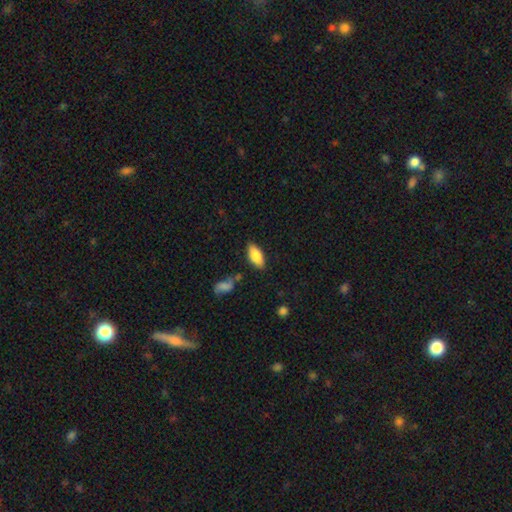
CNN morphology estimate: smooth-or-featured: smooth: 82% | featured or disk: 11% | star or artifact: 6%
  how-rounded: in between: 86% | cigar-shaped: 12% | round: 2%
  merging: none: 82% | minor disturbance: 12% | merger: 3% | major disturbance: 3%